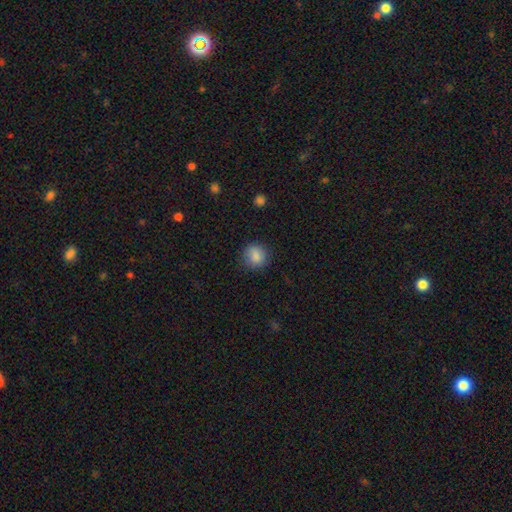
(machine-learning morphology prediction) Overall: smooth (86%). How rounded: round (83%). Merging: none (84%).